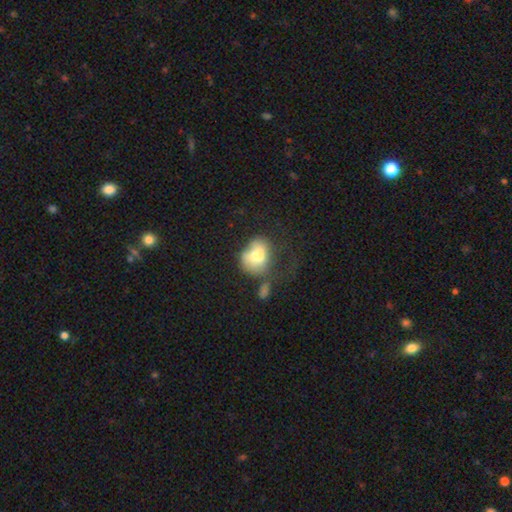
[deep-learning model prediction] This appears to be a smooth galaxy with no disk features (69%) that is in between round and cigar-shaped (53%). Merging: none (29%).